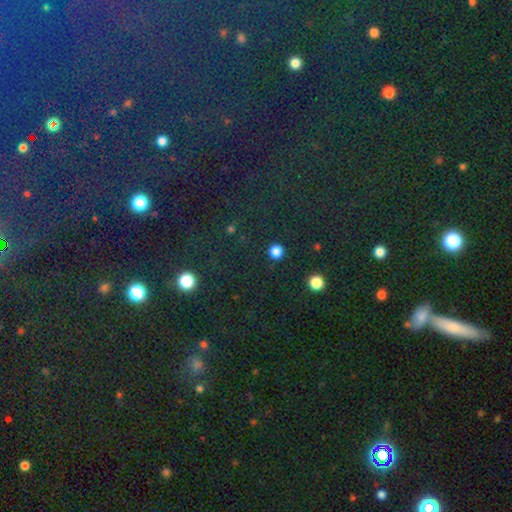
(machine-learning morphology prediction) A star or artifact, not a galaxy (57%).